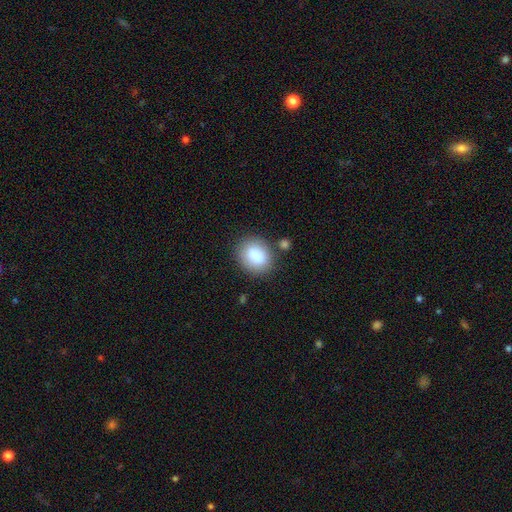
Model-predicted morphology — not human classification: The model was most divided on "how rounded": in between: 57%, round: 42%, cigar-shaped: 1%. More confident: smooth or featured — smooth (85%); merging — none (74%).